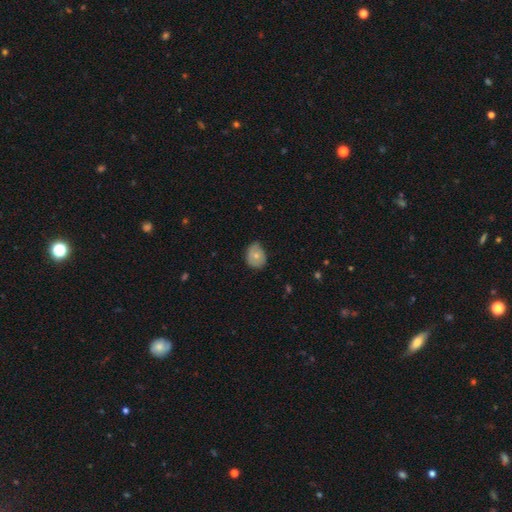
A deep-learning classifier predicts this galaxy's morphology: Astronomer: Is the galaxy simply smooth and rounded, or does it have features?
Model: smooth — 65%.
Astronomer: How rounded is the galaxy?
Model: round — 54% (runner-up: in between, 45%).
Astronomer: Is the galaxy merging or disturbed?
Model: none — 56% (runner-up: minor disturbance, 36%).